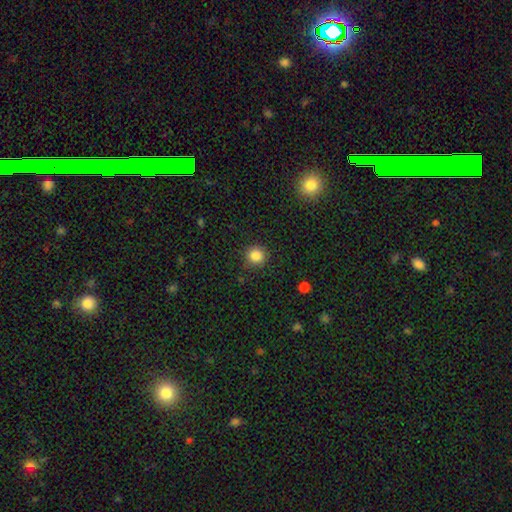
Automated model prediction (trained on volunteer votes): Morphology: type=smooth (86%); roundness=round (91%); merging=none (87%).